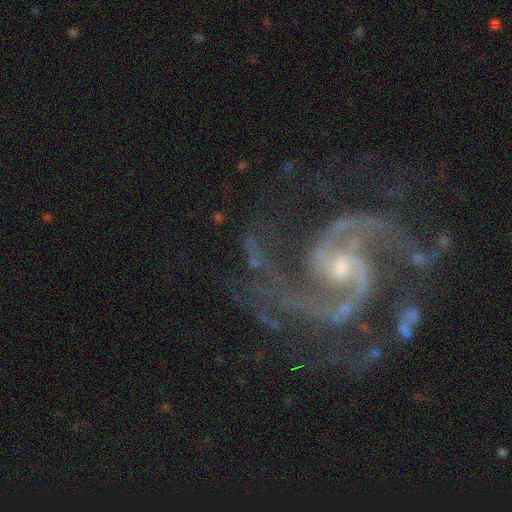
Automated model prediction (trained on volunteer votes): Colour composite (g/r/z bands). It shows a featured or disk galaxy (91%) with a weak bar (44%), 2 (78%) medium (58%) spiral arms (98%) and a small central bulge (55%). Merging: none (58%).